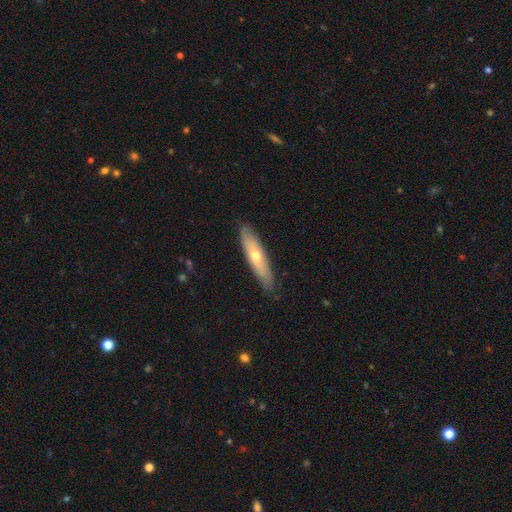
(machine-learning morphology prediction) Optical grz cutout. It shows a smooth galaxy with no disk features (50%) that is cigar-shaped (77%). Merging: none (84%).